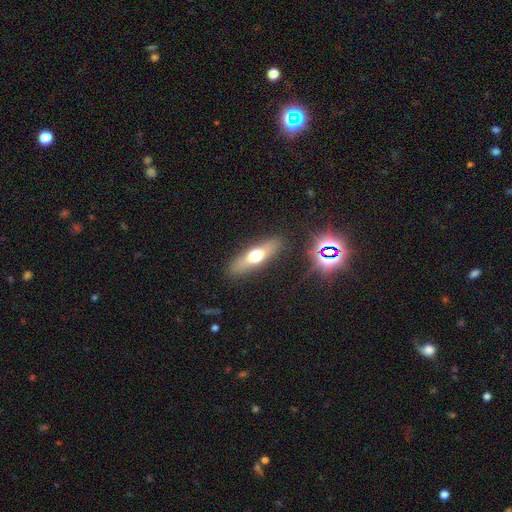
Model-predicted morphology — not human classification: A smooth galaxy with no disk features (51%) that is cigar-shaped (57%).

Vote fractions:
- Smooth or featured? smooth: 51% / featured or disk: 40% / star or artifact: 9%
- How rounded? cigar-shaped: 57% / in between: 40% / round: 4%
- Merging? none: 86% / minor disturbance: 10% / major disturbance: 3% / merger: 2%